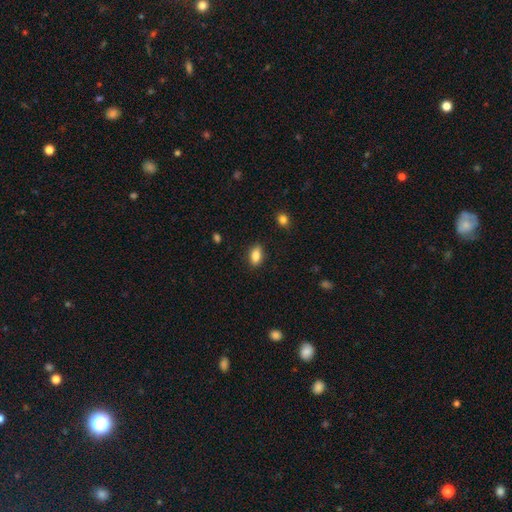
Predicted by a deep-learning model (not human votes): This appears to be a smooth galaxy with no disk features (87%) that is in between round and cigar-shaped (88%). Merging: none (87%).